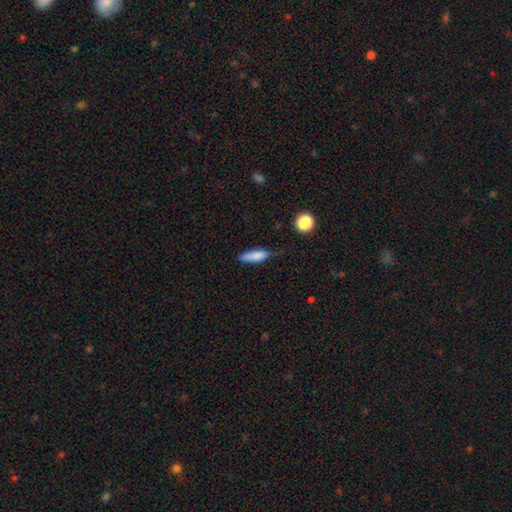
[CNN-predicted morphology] smooth_or_featured: smooth (p=0.81) [alt: featured or disk p=0.11]
how_rounded: cigar-shaped (p=0.57) [alt: in between p=0.40]
merging: none (p=0.64) [alt: minor disturbance p=0.28]